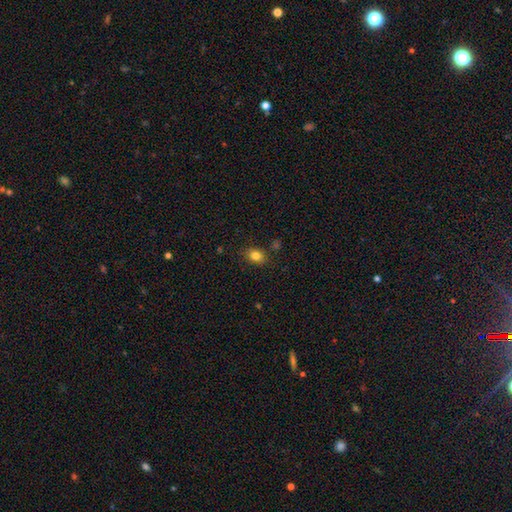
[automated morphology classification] smooth 82%, star or artifact 11%, featured or disk 7%. Down the decision tree: how rounded — in between (60%); merging — none (83%).